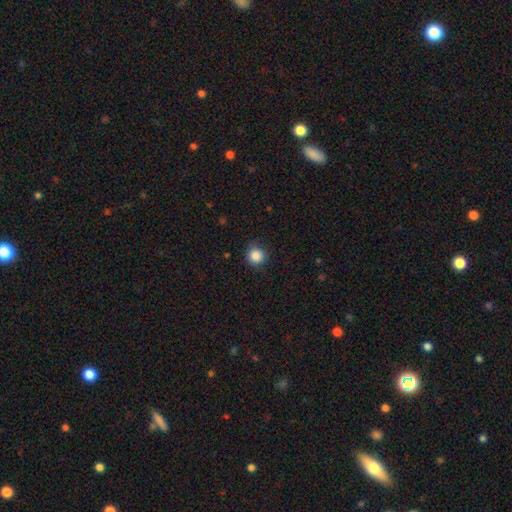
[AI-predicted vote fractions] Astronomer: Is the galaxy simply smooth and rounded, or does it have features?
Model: smooth — 87%.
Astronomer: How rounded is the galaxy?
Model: round — 93%.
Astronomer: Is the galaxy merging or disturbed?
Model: none — 83%.